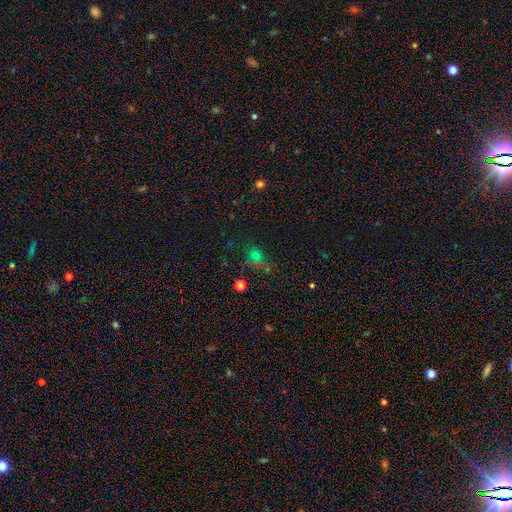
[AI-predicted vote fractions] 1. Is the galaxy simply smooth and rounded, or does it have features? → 56% smooth, 32% star or artifact, 11% featured or disk.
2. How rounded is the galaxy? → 79% round, 20% in between, 2% cigar-shaped.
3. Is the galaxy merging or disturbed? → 54% none, 17% merger, 17% minor disturbance, 12% major disturbance.